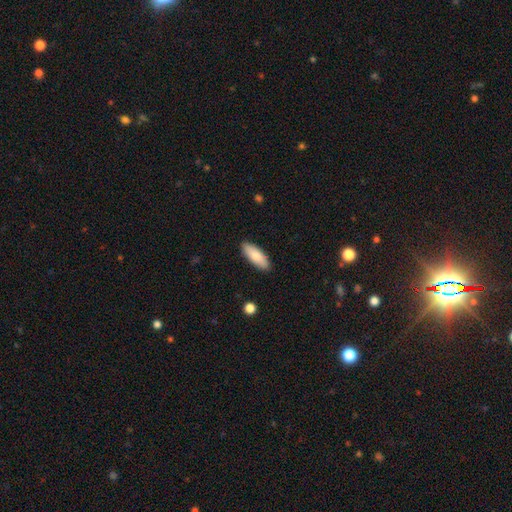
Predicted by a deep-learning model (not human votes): A smooth galaxy with no disk features (82%) that is in between round and cigar-shaped (69%). Merging: none (89%).